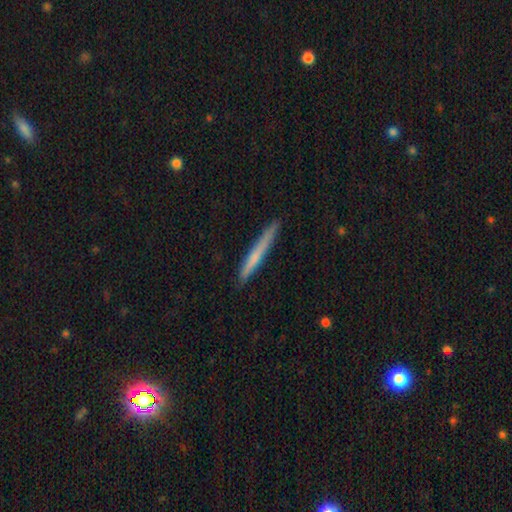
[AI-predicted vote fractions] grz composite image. It shows a smooth galaxy with no disk features (62%) that is cigar-shaped (97%). Merging: none (88%).